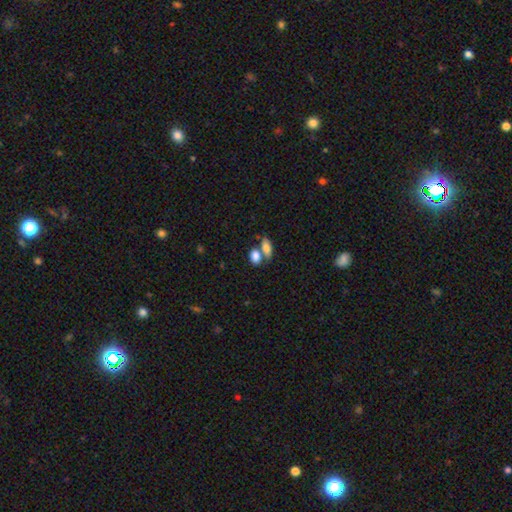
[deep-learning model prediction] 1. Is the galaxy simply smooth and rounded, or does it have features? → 84% smooth, 8% featured or disk, 8% star or artifact.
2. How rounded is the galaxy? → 84% in between, 12% round, 4% cigar-shaped.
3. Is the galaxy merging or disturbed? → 47% merger, 40% none, 9% minor disturbance, 4% major disturbance.